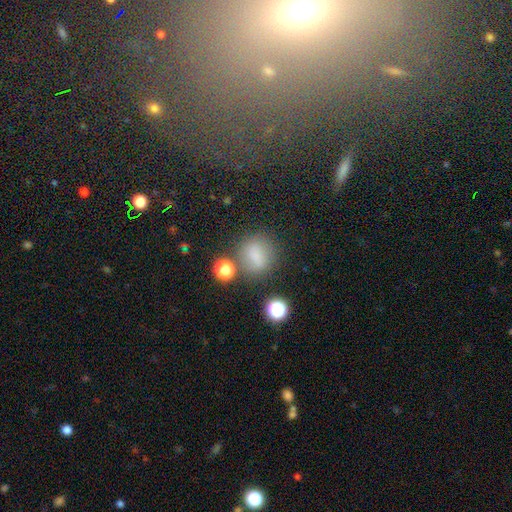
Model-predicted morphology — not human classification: The model was most divided on "how rounded": round: 67%, in between: 30%, cigar-shaped: 2%. More confident: smooth or featured — smooth (73%); merging — none (68%).